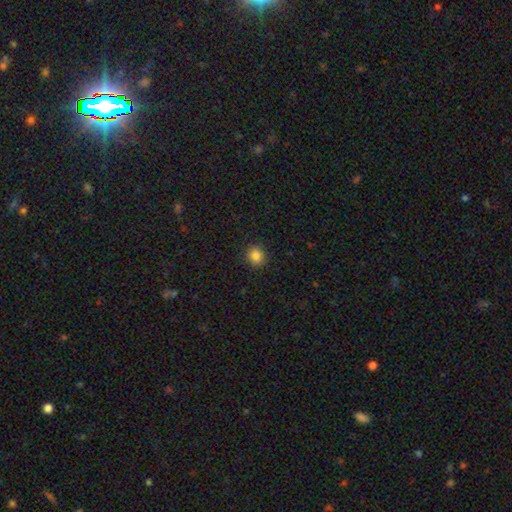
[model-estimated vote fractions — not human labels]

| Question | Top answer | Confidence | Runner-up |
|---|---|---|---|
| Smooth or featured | smooth | 85% | star or artifact (11%) |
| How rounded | round | 81% | in between (19%) |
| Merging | none | 90% | minor disturbance (7%) |